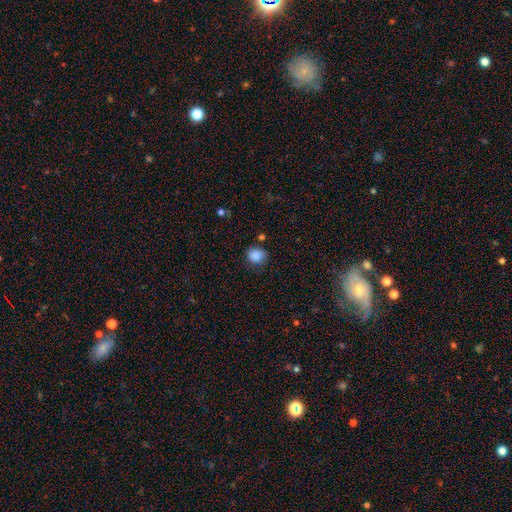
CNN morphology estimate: Overall: smooth (86%). How rounded: round (70%). Merging: none (71%).